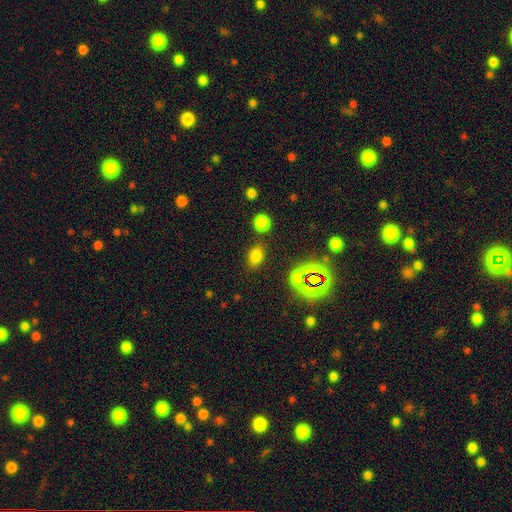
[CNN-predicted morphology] A smooth galaxy with no disk features (74%) that is in between round and cigar-shaped (80%).

Vote fractions:
- Smooth or featured? smooth: 74% / star or artifact: 19% / featured or disk: 6%
- How rounded? in between: 80% / round: 18% / cigar-shaped: 2%
- Merging? none: 78% / minor disturbance: 11% / merger: 7% / major disturbance: 4%